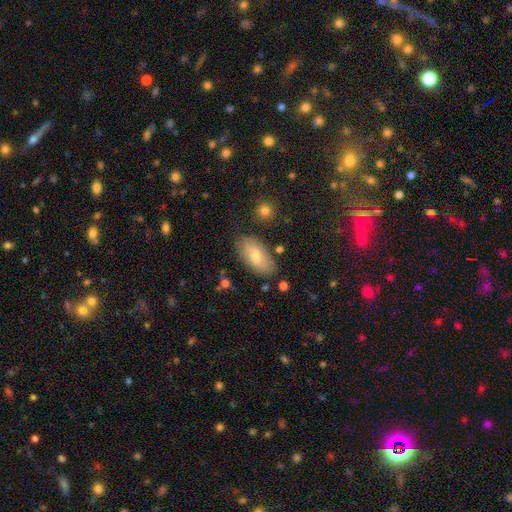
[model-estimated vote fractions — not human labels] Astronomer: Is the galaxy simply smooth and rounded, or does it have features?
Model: smooth — 64%.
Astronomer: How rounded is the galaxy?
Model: in between — 92%.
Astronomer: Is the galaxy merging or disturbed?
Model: none — 80%.